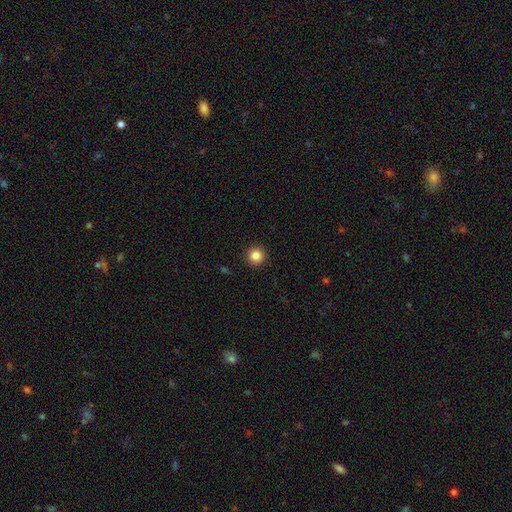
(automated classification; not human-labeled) This is clearly a smooth galaxy (85%). How rounded: clearly round (96%). Merging: clearly none (93%).